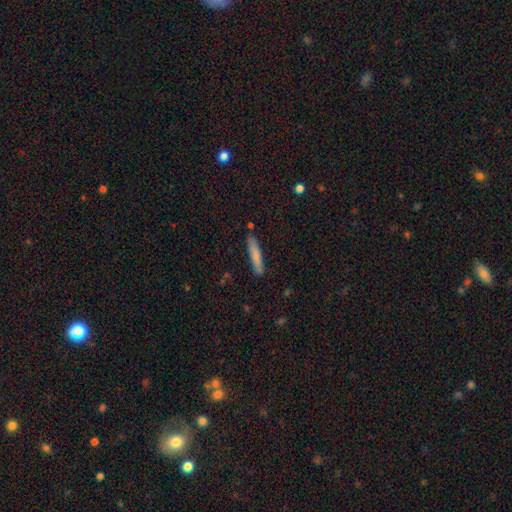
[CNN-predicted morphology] Overall: smooth (75%). How rounded: cigar-shaped (91%). Merging: none (85%).